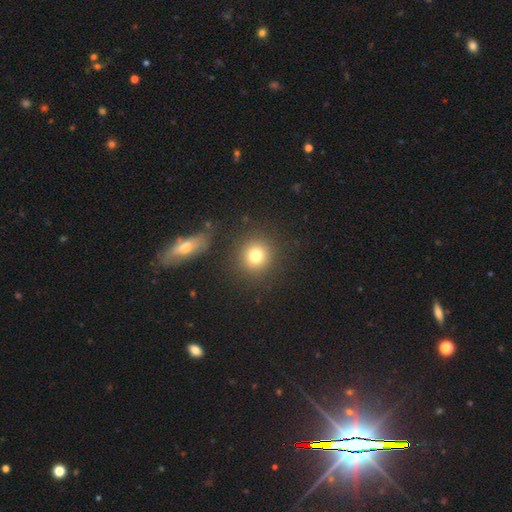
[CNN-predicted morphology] A smooth galaxy with no disk features (78%) that is round (91%). Merging: none (84%).